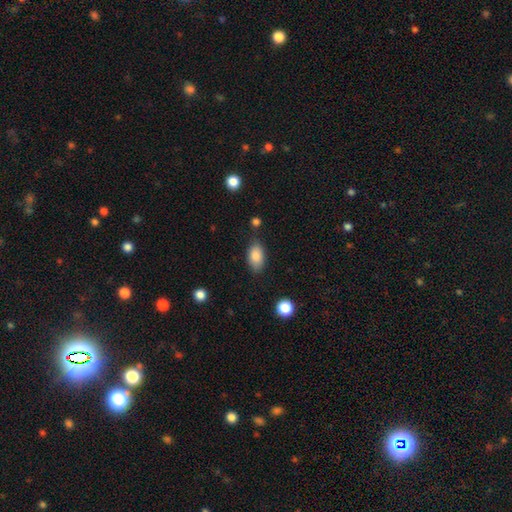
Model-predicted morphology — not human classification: Smooth or featured: smooth — 85% (star or artifact — 8%)
How rounded: in between — 91% (round — 7%)
Merging: none — 76% (minor disturbance — 17%)